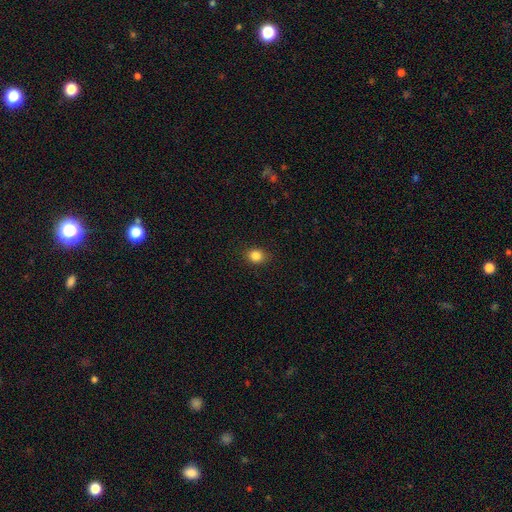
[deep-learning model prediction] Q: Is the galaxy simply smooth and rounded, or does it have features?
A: smooth — 85%.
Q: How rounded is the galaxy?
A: round — 60%.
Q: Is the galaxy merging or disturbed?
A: none — 88%.